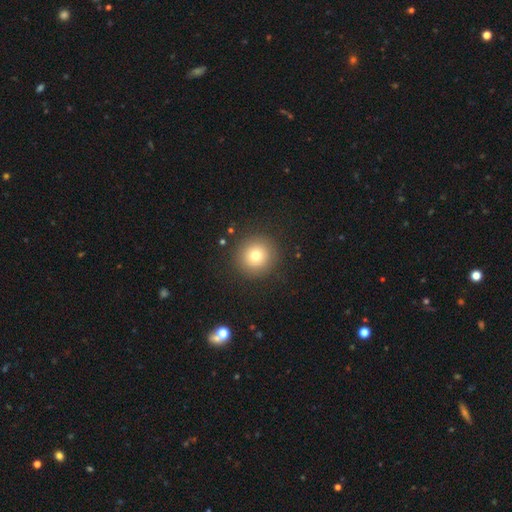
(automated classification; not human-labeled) A smooth galaxy with no disk features (76%) that is round (95%). Merging: none (89%).